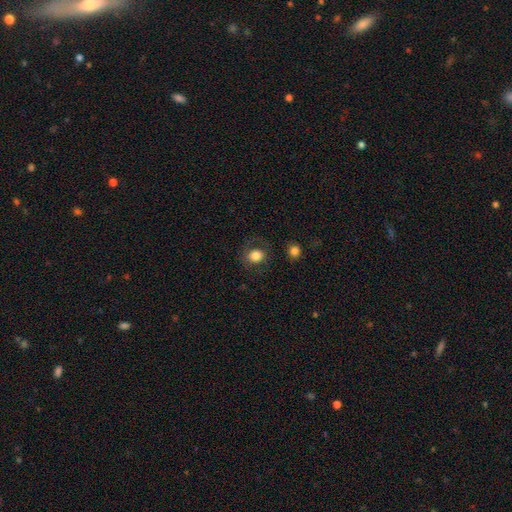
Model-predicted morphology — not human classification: Q: Smooth or featured?
A: smooth (77%); runner-up: featured or disk (14%)
Q: How rounded?
A: round (71%); runner-up: in between (29%)
Q: Merging?
A: none (70%); runner-up: minor disturbance (15%)